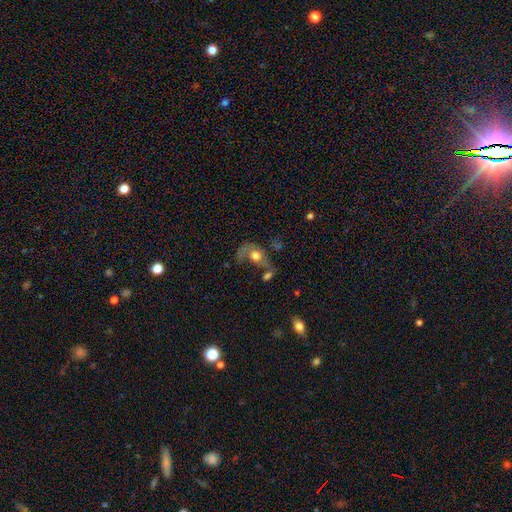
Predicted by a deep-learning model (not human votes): This appears to be a smooth galaxy with no disk features (55%) that is in between round and cigar-shaped (62%). Merging: major disturbance (37%).